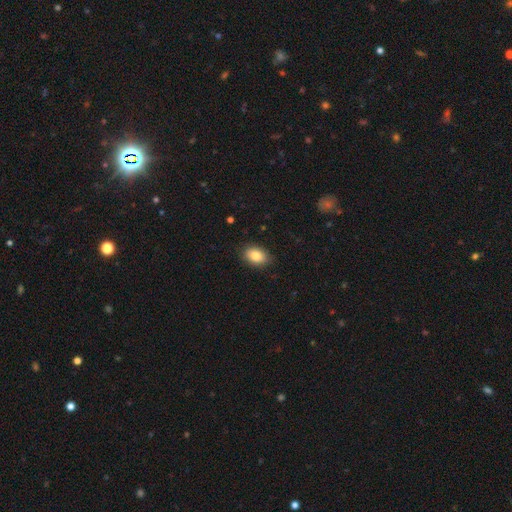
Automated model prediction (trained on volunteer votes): Smooth or featured? smooth (85%)
How rounded? in between (85%)
Merging? none (86%)